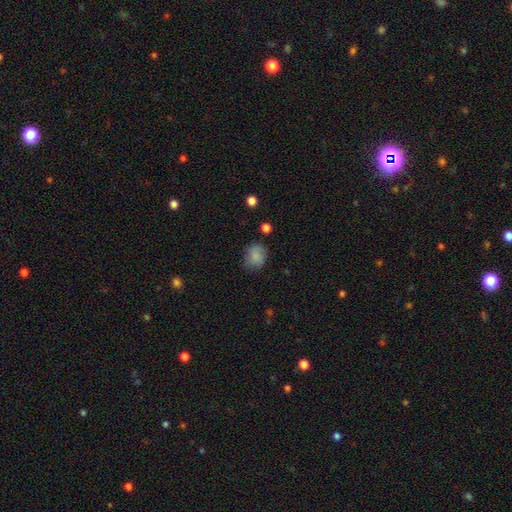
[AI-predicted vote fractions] A smooth galaxy with no disk features (82%) that is round (60%). Merging: none (72%).